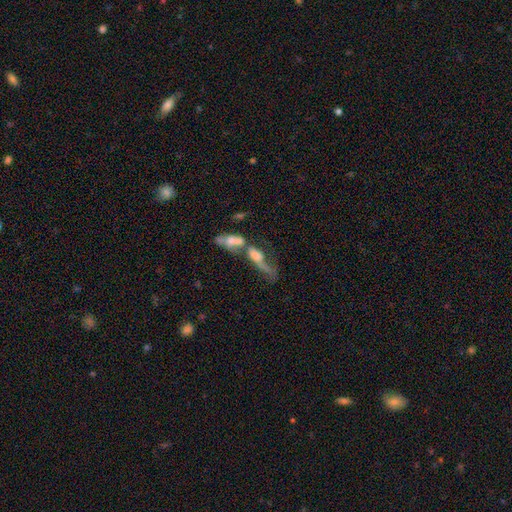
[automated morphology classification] Q: Smooth or featured?
A: featured or disk (39%); runner-up: smooth (38%)
Q: Merging?
A: none (47%); runner-up: merger (32%)